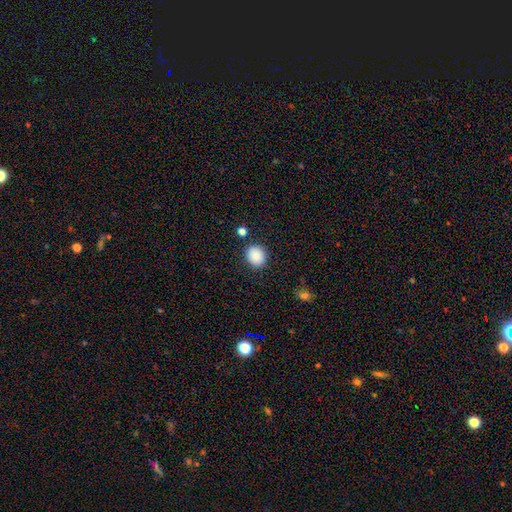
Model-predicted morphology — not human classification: Smooth or featured? smooth (88%)
How rounded? round (70%)
Merging? none (86%)